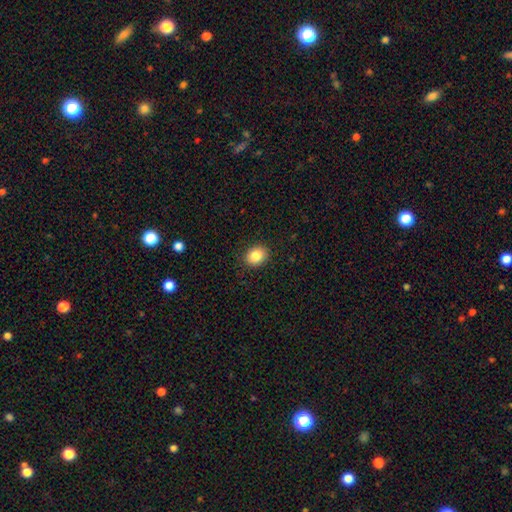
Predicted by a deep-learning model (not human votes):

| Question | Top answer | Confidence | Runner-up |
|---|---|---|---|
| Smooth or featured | smooth | 86% | star or artifact (9%) |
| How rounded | round | 51% | in between (48%) |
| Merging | none | 89% | minor disturbance (8%) |